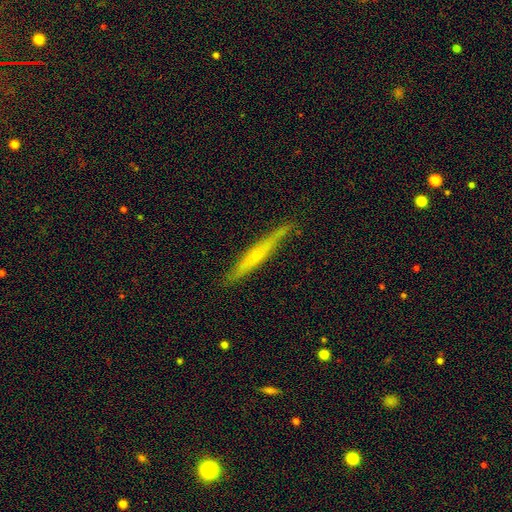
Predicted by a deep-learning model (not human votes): Smooth or featured?
  - featured or disk: 57% *
  - smooth: 37%
  - star or artifact: 6%
Edge-on disk?
  - yes: 95% *
  - no: 5%
Edge-on bulge?
  - rounded: 51% *
  - none: 43%
  - boxy: 6%
Merging?
  - none: 85% *
  - minor disturbance: 12%
  - major disturbance: 2%
  - merger: 1%